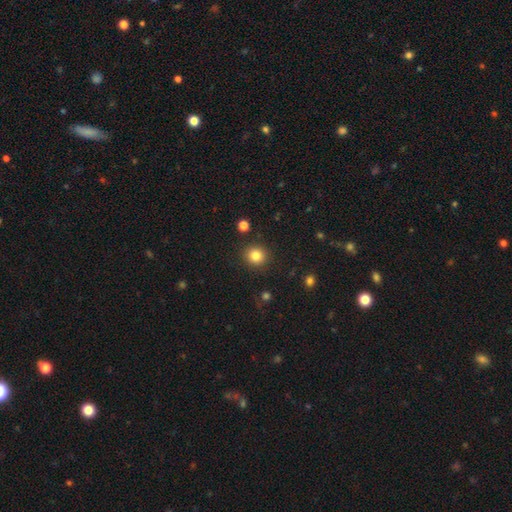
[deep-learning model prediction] Smooth or featured? smooth (84%)
How rounded? round (90%)
Merging? none (90%)